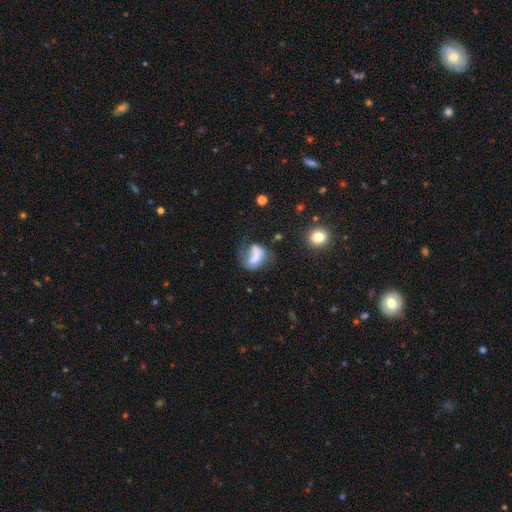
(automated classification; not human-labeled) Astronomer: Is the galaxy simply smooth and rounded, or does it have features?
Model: smooth — 53% (runner-up: featured or disk, 36%).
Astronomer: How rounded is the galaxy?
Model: in between — 68%.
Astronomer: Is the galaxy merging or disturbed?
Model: major disturbance — 37% (runner-up: none, 27%).